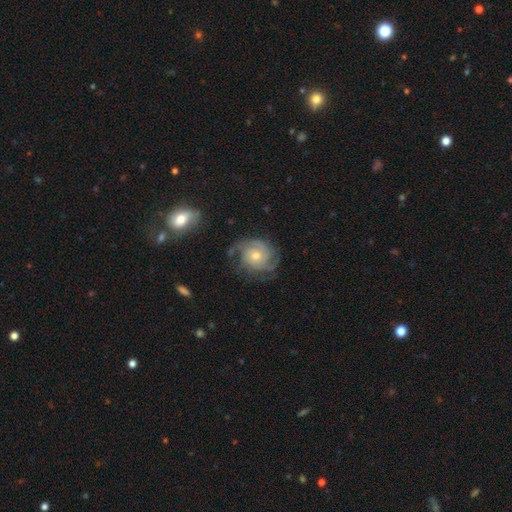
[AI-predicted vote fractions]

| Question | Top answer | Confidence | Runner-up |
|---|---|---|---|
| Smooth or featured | featured or disk | 84% | smooth (10%) |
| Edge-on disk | no | 98% | yes (2%) |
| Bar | no | 78% | weak (19%) |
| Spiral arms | yes | 96% | no (4%) |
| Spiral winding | tight | 63% | medium (30%) |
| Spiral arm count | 3 | 36% | 2 (24%) |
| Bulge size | moderate | 48% | small (47%) |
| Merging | none | 74% | minor disturbance (17%) |